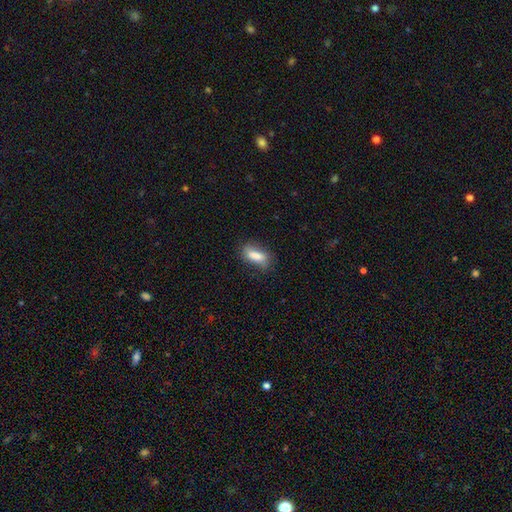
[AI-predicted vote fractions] Smooth or featured? smooth (81%)
How rounded? in between (77%)
Merging? none (69%)